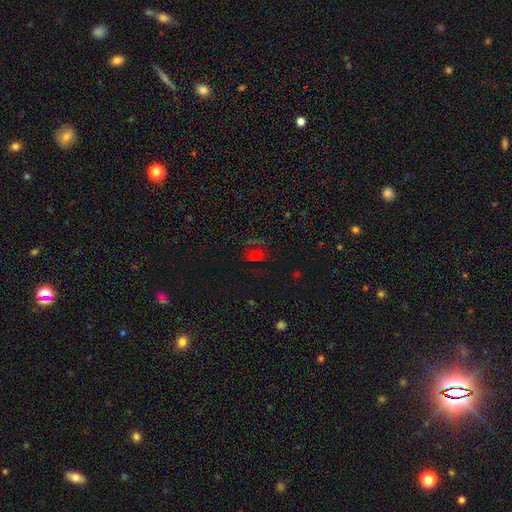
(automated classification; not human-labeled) A smooth galaxy with no disk features (46%). Merging: none (64%).